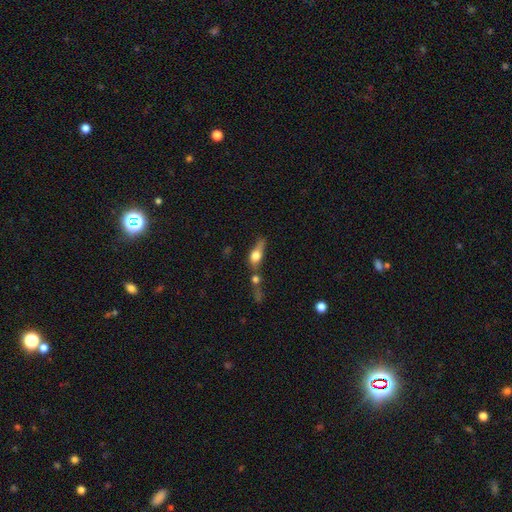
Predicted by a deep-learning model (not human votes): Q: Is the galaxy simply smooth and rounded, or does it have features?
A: smooth — 57%.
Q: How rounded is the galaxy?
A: in between — 51%.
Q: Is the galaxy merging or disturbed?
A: merger — 42%.